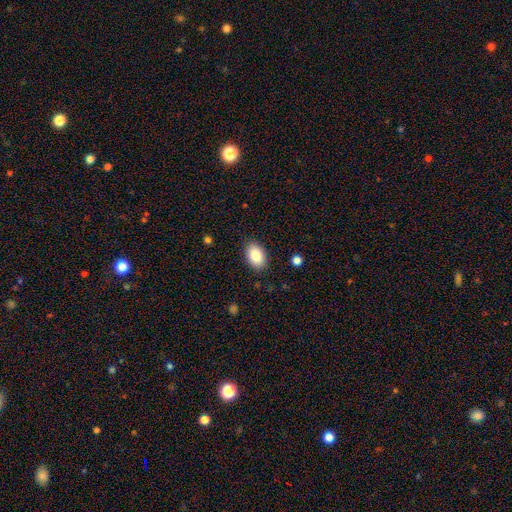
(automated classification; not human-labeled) Overall: smooth (85%). How rounded: in between (88%). Merging: none (87%).